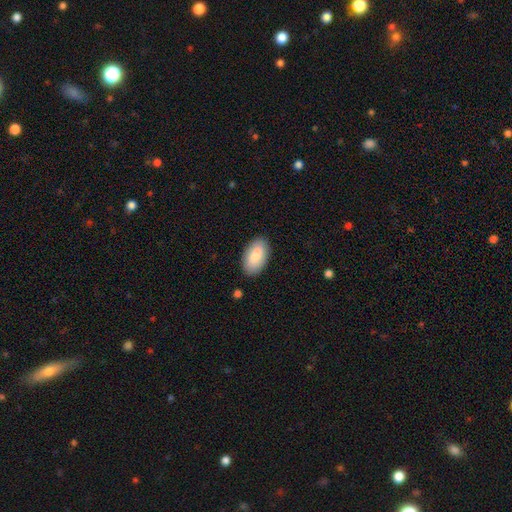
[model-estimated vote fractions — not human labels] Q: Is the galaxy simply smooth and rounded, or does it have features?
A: smooth — 85%.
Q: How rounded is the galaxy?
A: in between — 95%.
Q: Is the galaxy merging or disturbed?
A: none — 87%.